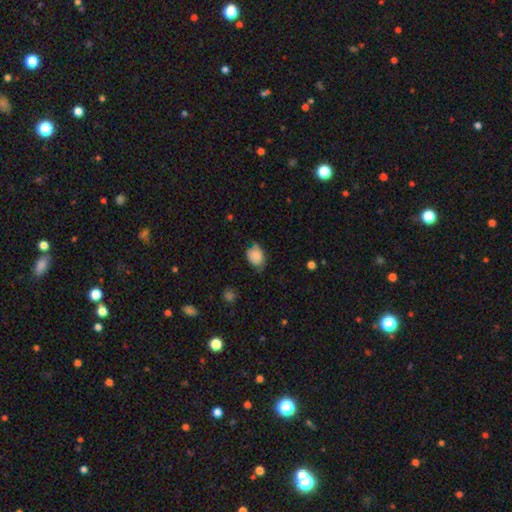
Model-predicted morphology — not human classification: The model was most divided on "merging": none: 55%, minor disturbance: 34%, major disturbance: 9%, merger: 2%. More confident: smooth or featured — smooth (79%); how rounded — in between (63%).